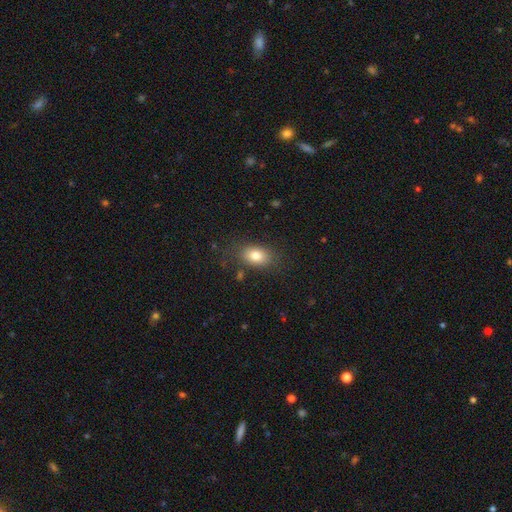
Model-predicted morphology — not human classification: type=smooth (81%); roundness=in between (81%); merging=none (81%).